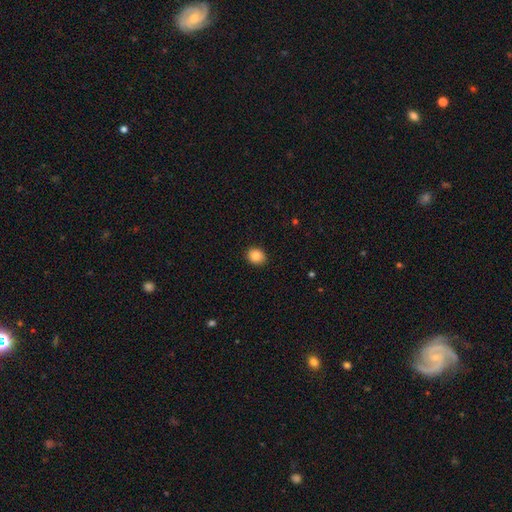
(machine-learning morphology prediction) Q: Smooth or featured?
A: smooth (85%); runner-up: star or artifact (9%)
Q: How rounded?
A: round (61%); runner-up: in between (38%)
Q: Merging?
A: none (91%); runner-up: minor disturbance (7%)